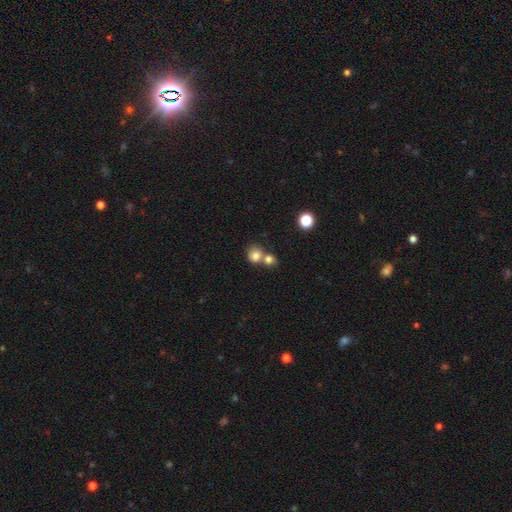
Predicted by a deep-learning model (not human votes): A smooth galaxy with no disk features (81%) that is round (79%).

Vote fractions:
- Smooth or featured? smooth: 81% / star or artifact: 11% / featured or disk: 9%
- How rounded? round: 79% / in between: 20% / cigar-shaped: 1%
- Merging? merger: 48% / none: 41% / minor disturbance: 7% / major disturbance: 3%